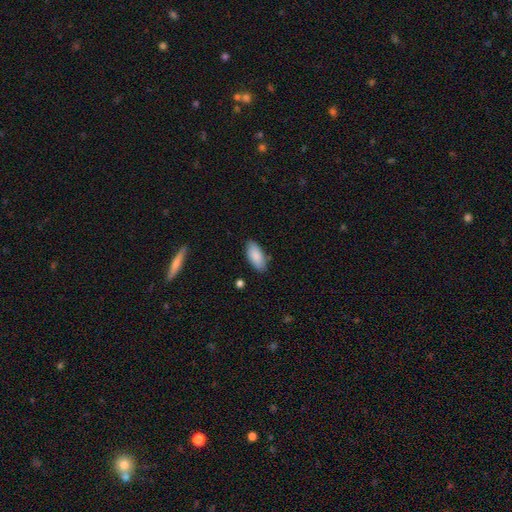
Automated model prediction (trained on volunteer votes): This is clearly a smooth galaxy (87%). How rounded: clearly in between (90%). Merging: clearly none (83%).